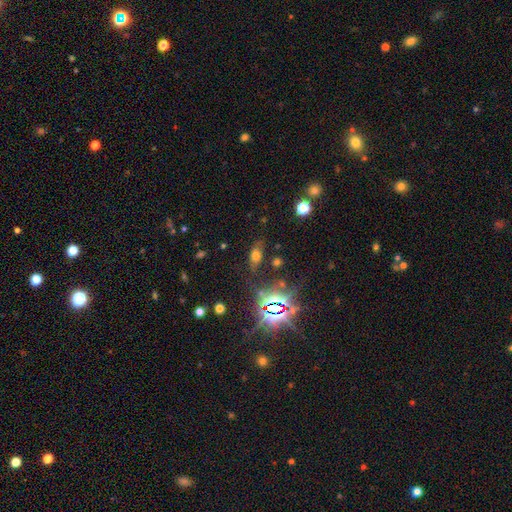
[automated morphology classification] This is possibly a smooth galaxy (52%). How rounded: clearly in between (80%). Merging: likely none (73%).